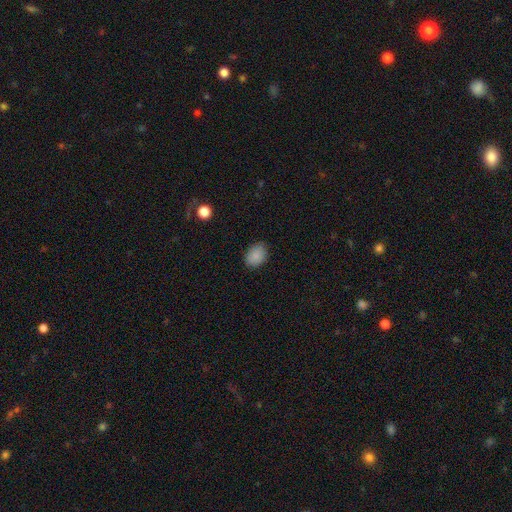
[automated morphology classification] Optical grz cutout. It shows a smooth galaxy with no disk features (87%) that is in between round and cigar-shaped (72%). Merging: none (82%).